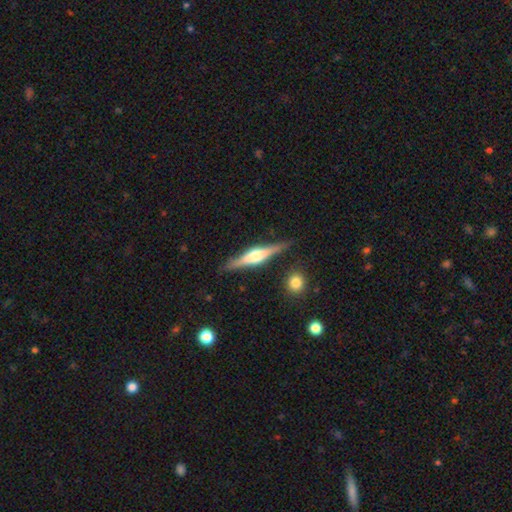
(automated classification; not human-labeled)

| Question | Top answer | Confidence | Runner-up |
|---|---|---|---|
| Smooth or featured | featured or disk | 74% | smooth (20%) |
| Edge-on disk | yes | 97% | no (3%) |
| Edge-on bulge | rounded | 85% | boxy (12%) |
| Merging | none | 85% | minor disturbance (10%) |